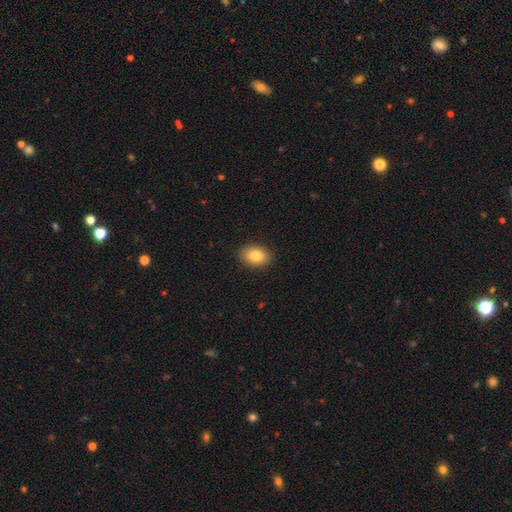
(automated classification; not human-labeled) Smooth or featured? Predicted: smooth (p=0.83). How rounded? Predicted: in between (p=0.81). Merging? Predicted: none (p=0.89).